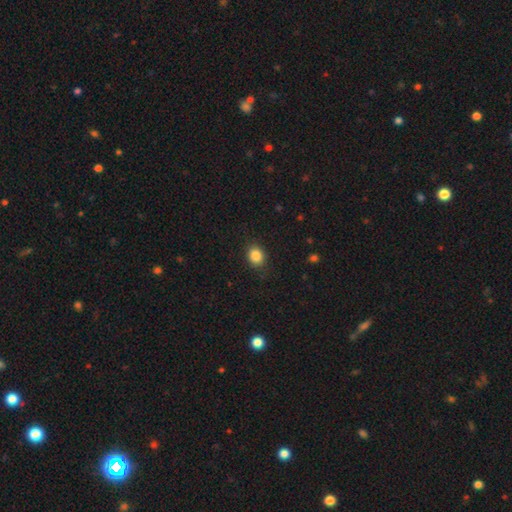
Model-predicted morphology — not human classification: A smooth galaxy with no disk features (86%) that is round (59%).

Vote fractions:
- Smooth or featured? smooth: 86% / star or artifact: 10% / featured or disk: 4%
- How rounded? round: 59% / in between: 40% / cigar-shaped: 1%
- Merging? none: 86% / minor disturbance: 10% / major disturbance: 3% / merger: 1%